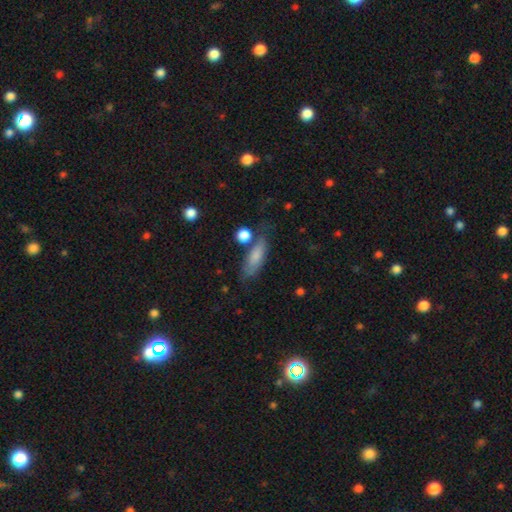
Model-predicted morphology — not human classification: This appears to be a smooth galaxy with no disk features (76%) that is in between round and cigar-shaped (57%). Merging: none (62%).